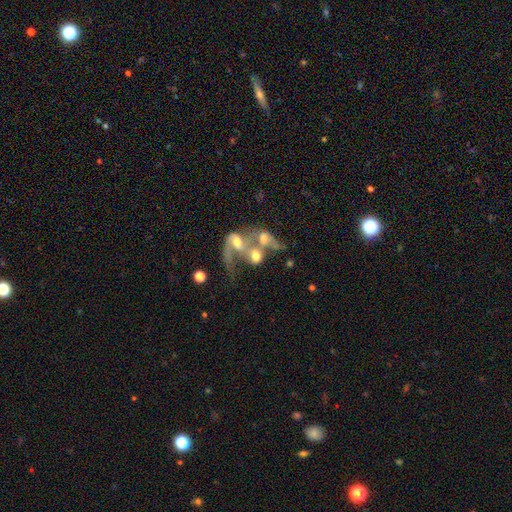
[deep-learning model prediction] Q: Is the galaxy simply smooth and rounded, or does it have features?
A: featured or disk — 54%.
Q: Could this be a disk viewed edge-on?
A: no — 96%.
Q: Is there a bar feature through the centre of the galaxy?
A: no — 69%.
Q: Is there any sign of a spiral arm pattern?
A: yes — 56%.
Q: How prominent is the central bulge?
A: moderate — 44%.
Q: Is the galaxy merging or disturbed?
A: merger — 75%.